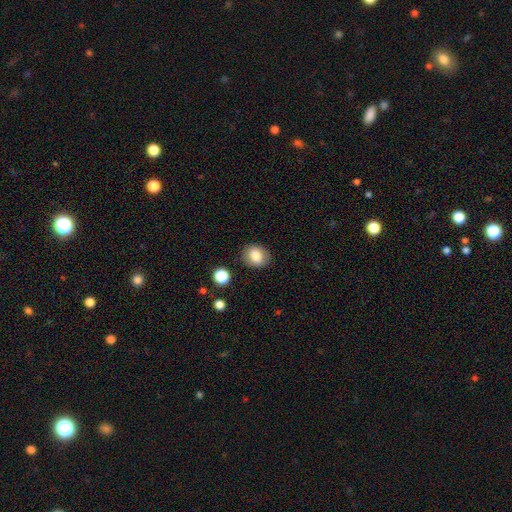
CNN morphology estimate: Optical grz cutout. It shows a smooth galaxy with no disk features (82%) that is round (56%). Merging: none (86%).